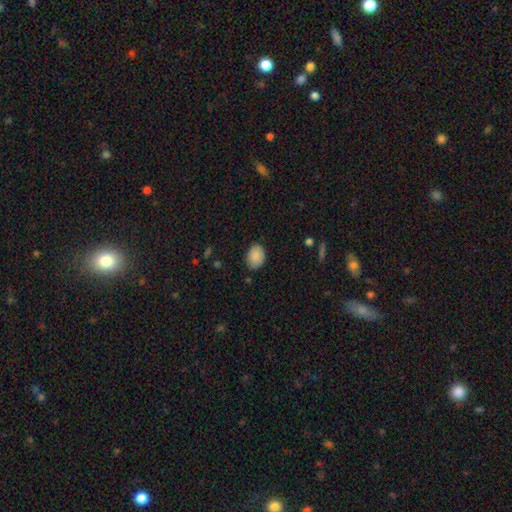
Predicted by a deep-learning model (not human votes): A smooth galaxy with no disk features (89%) that is in between round and cigar-shaped (76%).

Vote fractions:
- Smooth or featured? smooth: 89% / star or artifact: 7% / featured or disk: 4%
- How rounded? in between: 76% / round: 23% / cigar-shaped: 1%
- Merging? none: 82% / minor disturbance: 14% / major disturbance: 3% / merger: 1%